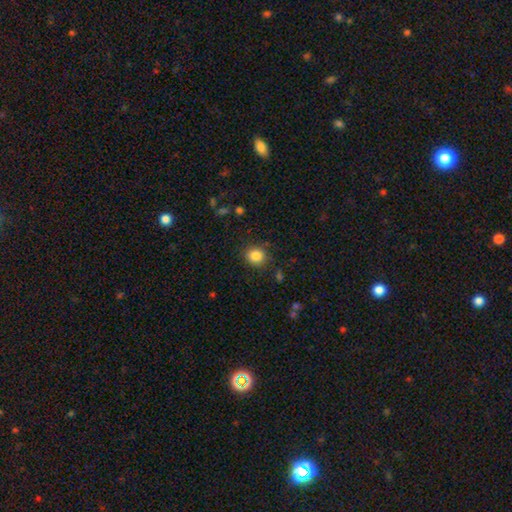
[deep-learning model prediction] A smooth galaxy with no disk features (84%) that is round (75%). Merging: none (86%).